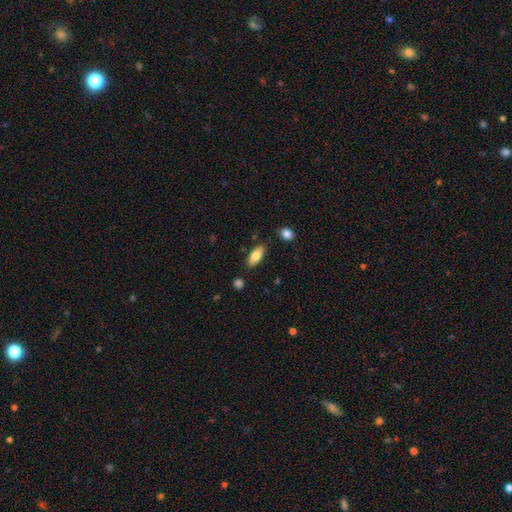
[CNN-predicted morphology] This appears to be a smooth galaxy with no disk features (81%) that is in between round and cigar-shaped (83%). Merging: none (83%).